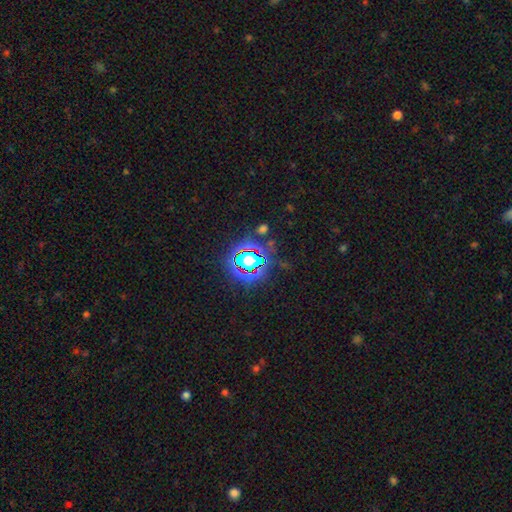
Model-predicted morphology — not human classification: The model was most divided on "smooth or featured": star or artifact: 79%, smooth: 12%, featured or disk: 8%.